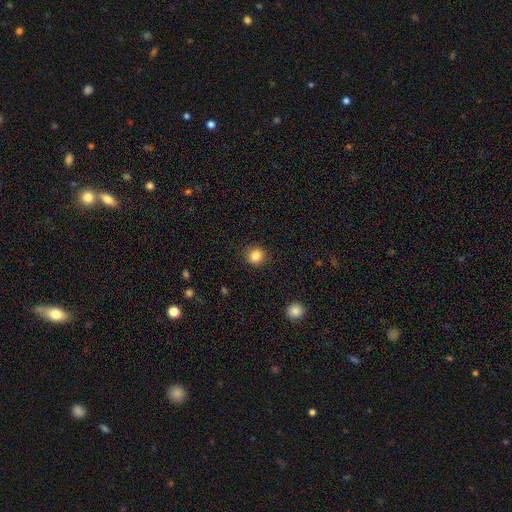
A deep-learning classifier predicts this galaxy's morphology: Smooth or featured?
  - smooth: 85% *
  - star or artifact: 11%
  - featured or disk: 5%
How rounded?
  - round: 89% *
  - in between: 10%
  - cigar-shaped: 1%
Merging?
  - none: 90% *
  - minor disturbance: 7%
  - major disturbance: 2%
  - merger: 1%